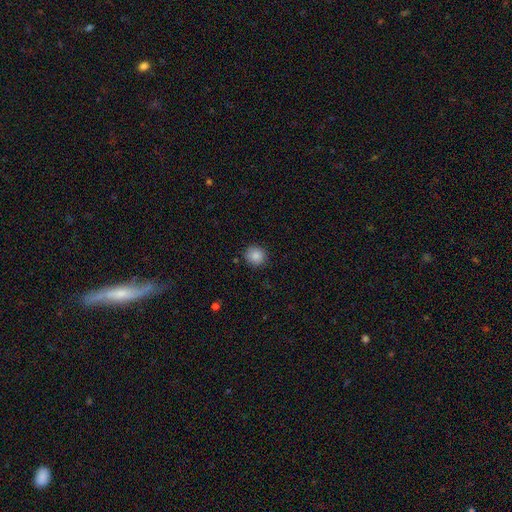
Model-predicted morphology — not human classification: Overall: smooth (86%). How rounded: round (87%). Merging: none (88%).